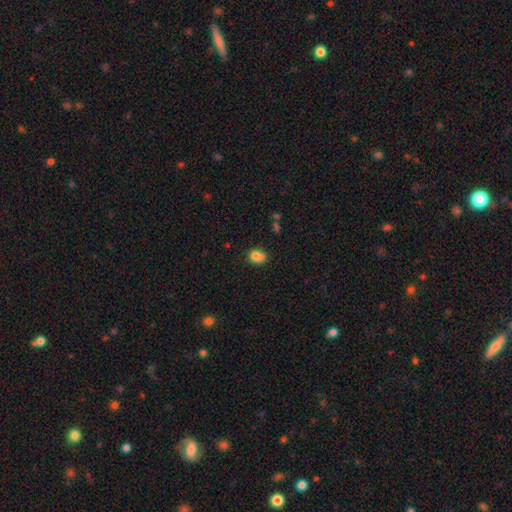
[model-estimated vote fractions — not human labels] This is clearly a smooth galaxy (82%). How rounded: possibly round (56%). Merging: likely none (64%).